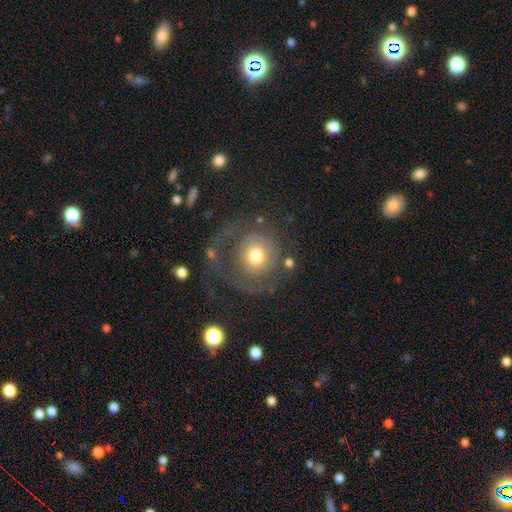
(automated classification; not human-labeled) smooth-or-featured: smooth: 50% | featured or disk: 40% | star or artifact: 10%
  merging: none: 46% | major disturbance: 35% | minor disturbance: 16% | merger: 4%